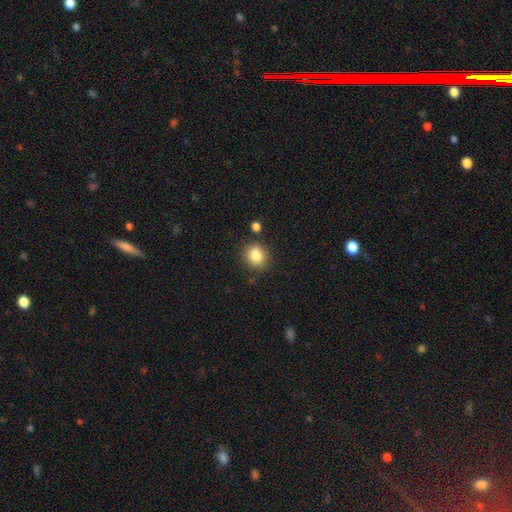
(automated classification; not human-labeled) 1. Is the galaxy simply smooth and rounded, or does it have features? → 84% smooth, 10% star or artifact, 6% featured or disk.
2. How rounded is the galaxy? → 69% round, 30% in between, 1% cigar-shaped.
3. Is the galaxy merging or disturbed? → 82% none, 10% minor disturbance, 5% merger, 3% major disturbance.